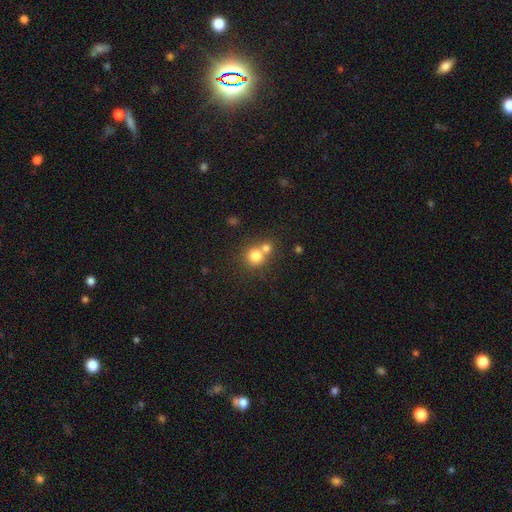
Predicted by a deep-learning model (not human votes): Q: Smooth or featured?
A: smooth (77%); runner-up: star or artifact (12%)
Q: How rounded?
A: round (88%); runner-up: in between (11%)
Q: Merging?
A: merger (46%); tied with: none (46%)